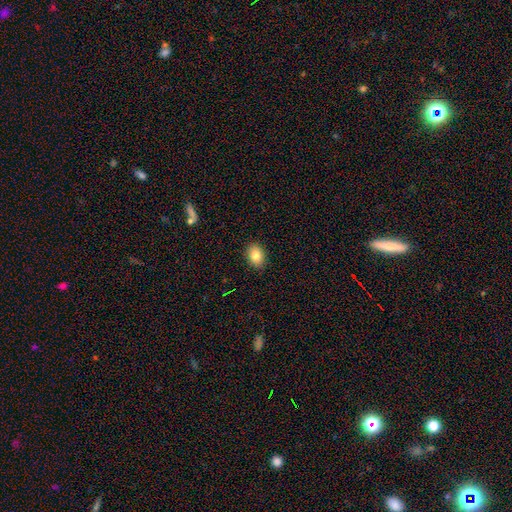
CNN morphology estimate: The model was most divided on "how rounded": in between: 70%, round: 29%, cigar-shaped: 1%. More confident: merging — none (90%); smooth or featured — smooth (82%).